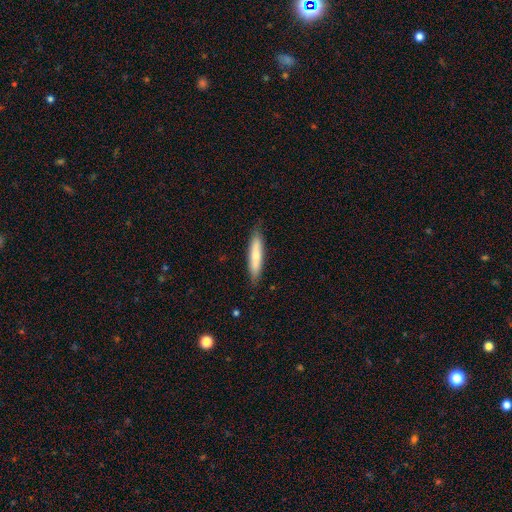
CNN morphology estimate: Smooth or featured? smooth (68%)
How rounded? cigar-shaped (85%)
Merging? none (85%)